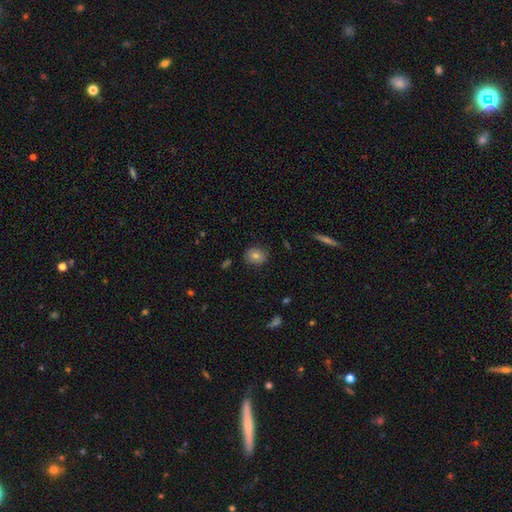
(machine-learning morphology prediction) The model was most divided on "how rounded": round: 63%, in between: 36%, cigar-shaped: 1%. More confident: merging — none (84%); smooth or featured — smooth (75%).